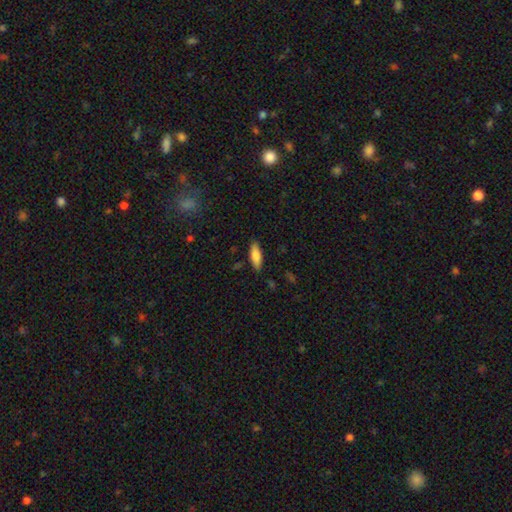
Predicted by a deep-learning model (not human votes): A smooth galaxy with no disk features (77%) that is in between round and cigar-shaped (58%). Merging: none (86%).